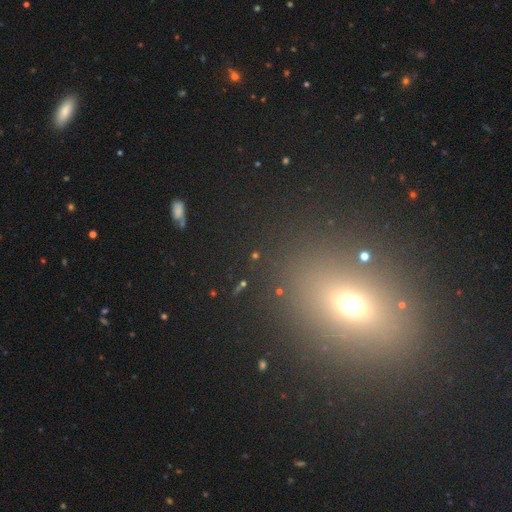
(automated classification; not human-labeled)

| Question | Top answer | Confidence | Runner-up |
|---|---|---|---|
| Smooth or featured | smooth | 45% | star or artifact (42%) |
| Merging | none | 85% | minor disturbance (7%) |